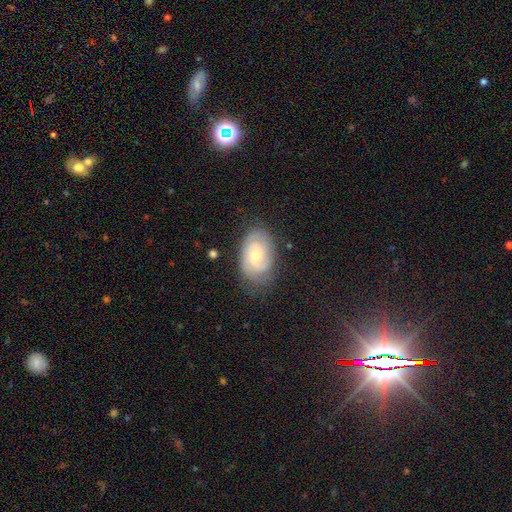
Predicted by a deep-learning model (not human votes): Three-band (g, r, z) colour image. It shows a featured or disk galaxy (64%) with no bar (69%), tight (60%) spiral arms (89%) and a small central bulge (61%). Merging: none (71%).